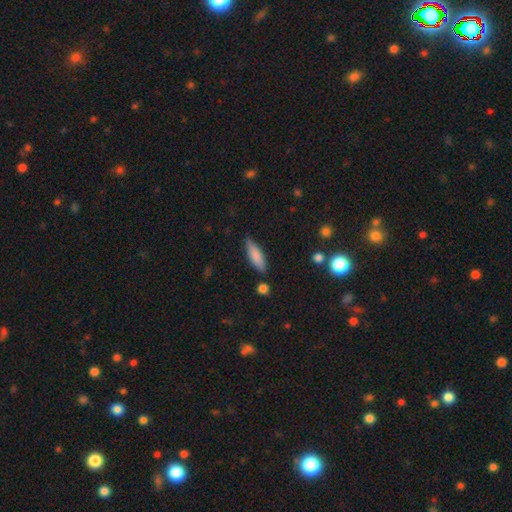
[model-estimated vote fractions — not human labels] Smooth or featured: smooth — 81% (featured or disk — 13%)
How rounded: cigar-shaped — 55% (in between — 43%)
Merging: none — 82% (minor disturbance — 13%)